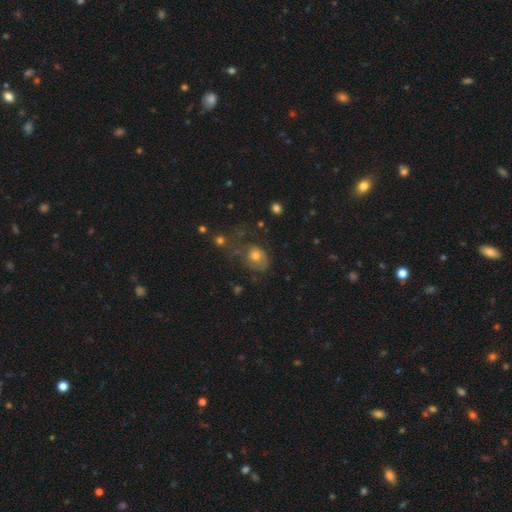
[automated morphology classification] smooth_or_featured: smooth (p=0.66) [alt: featured or disk p=0.21]
how_rounded: round (p=0.51) [alt: in between p=0.48]
merging: none (p=0.43) [alt: major disturbance p=0.26]